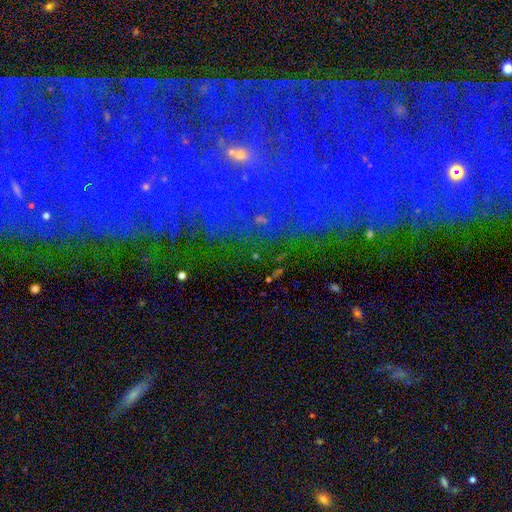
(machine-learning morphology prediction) Smooth or featured: star or artifact — 56% (featured or disk — 24%)